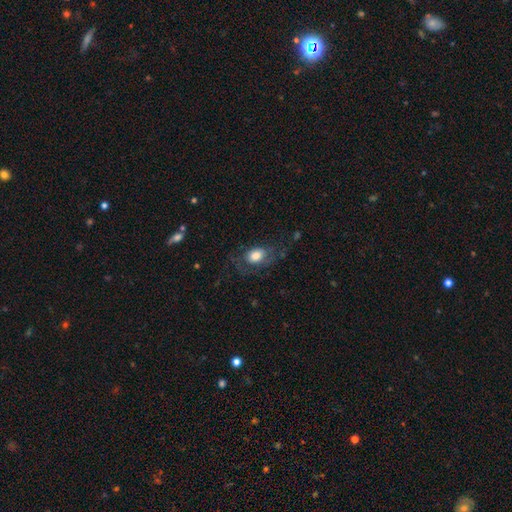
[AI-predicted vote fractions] Smooth or featured? Predicted: smooth (p=0.62). How rounded? Predicted: in between (p=0.77). Merging? Predicted: none (p=0.50).